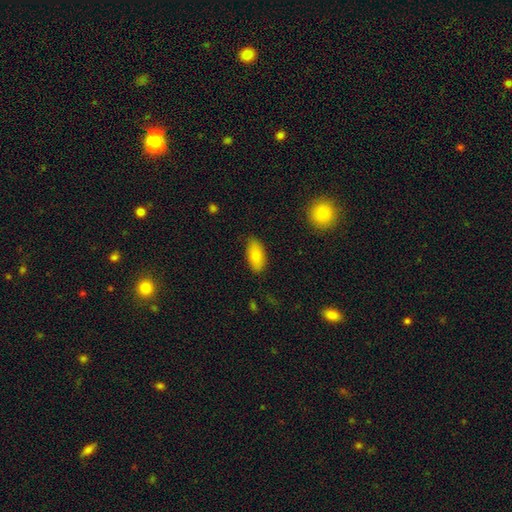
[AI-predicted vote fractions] Q: Smooth or featured?
A: smooth (80%); runner-up: featured or disk (13%)
Q: How rounded?
A: in between (92%); runner-up: cigar-shaped (4%)
Q: Merging?
A: none (84%); runner-up: minor disturbance (13%)